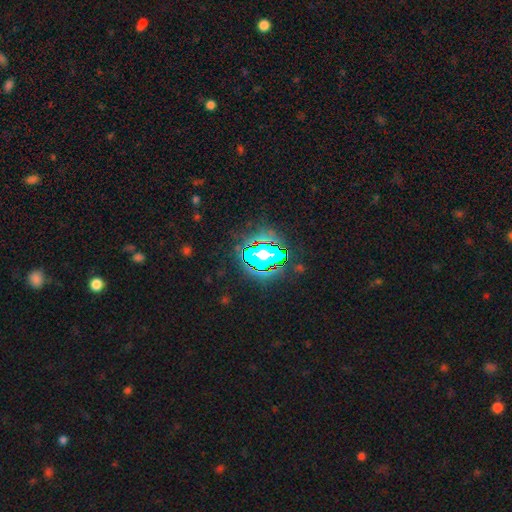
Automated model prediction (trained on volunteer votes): A star or artifact, not a galaxy (81%).